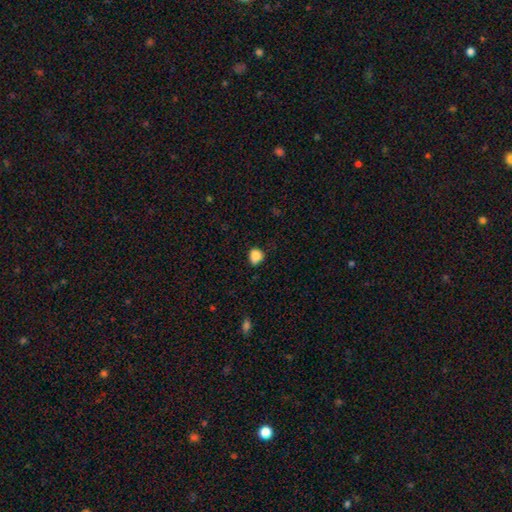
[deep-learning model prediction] smooth 86%, star or artifact 9%, featured or disk 4%. Down the decision tree: how rounded — round (61%); merging — none (63%).